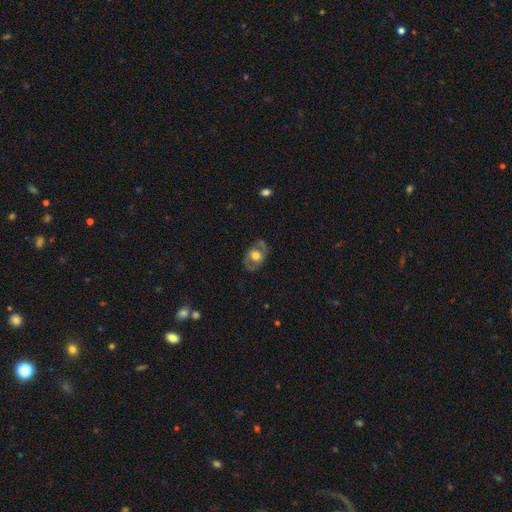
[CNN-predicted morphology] Smooth or featured? Predicted: featured or disk (p=0.54). Edge-on disk? Predicted: no (p=0.92). Bar? Predicted: no (p=0.73). Spiral arms? Predicted: no (p=0.60). Bulge size? Predicted: moderate (p=0.57). Merging? Predicted: none (p=0.70).